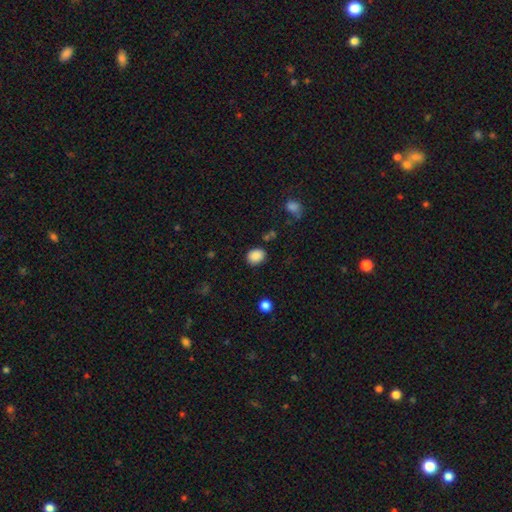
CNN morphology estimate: smooth-or-featured: smooth: 87% | star or artifact: 10% | featured or disk: 3%
  how-rounded: round: 51% | in between: 48% | cigar-shaped: 1%
  merging: none: 83% | minor disturbance: 11% | major disturbance: 3% | merger: 3%